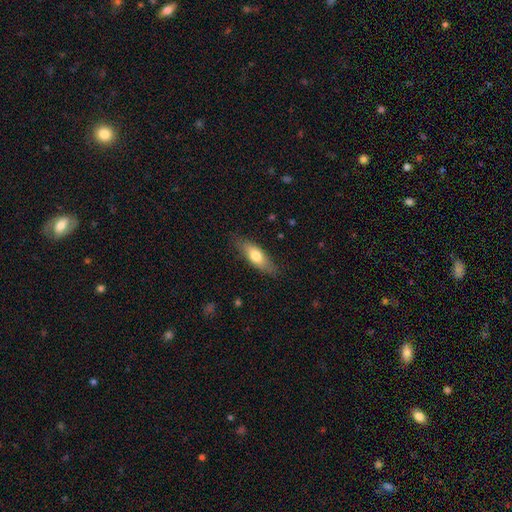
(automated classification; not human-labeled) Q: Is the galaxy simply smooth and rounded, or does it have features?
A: smooth — 70%.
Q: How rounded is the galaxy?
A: in between — 62%.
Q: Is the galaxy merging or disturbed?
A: none — 80%.